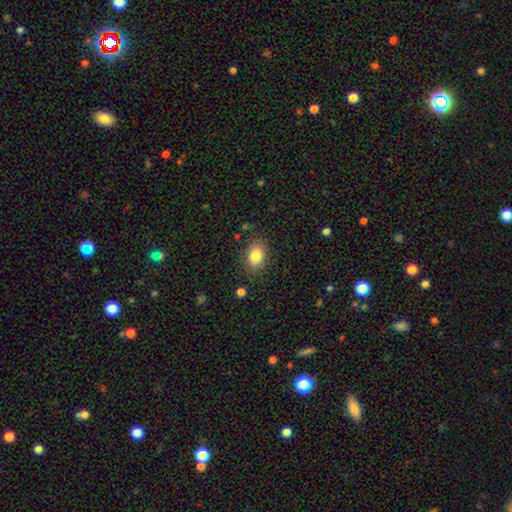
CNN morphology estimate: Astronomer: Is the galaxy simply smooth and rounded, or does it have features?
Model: smooth — 84%.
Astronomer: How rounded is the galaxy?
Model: in between — 78%.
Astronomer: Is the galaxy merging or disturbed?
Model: none — 84%.